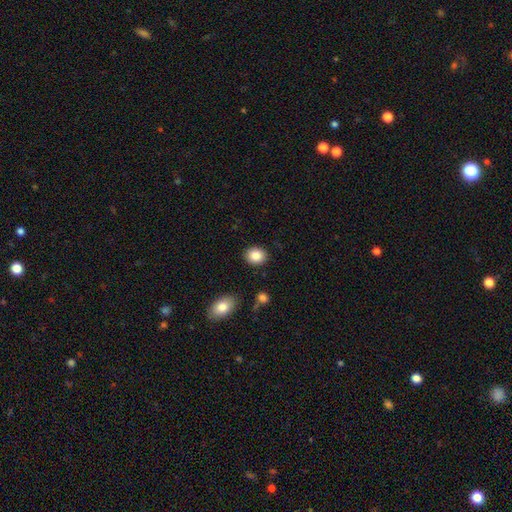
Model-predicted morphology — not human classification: A smooth galaxy with no disk features (85%) that is round (59%). Merging: none (88%).